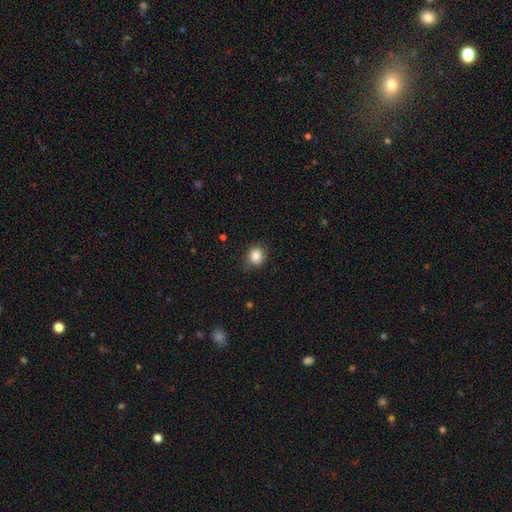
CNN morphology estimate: smooth-or-featured: smooth: 84% | star or artifact: 10% | featured or disk: 6%
  how-rounded: round: 72% | in between: 27% | cigar-shaped: 1%
  merging: none: 82% | minor disturbance: 14% | major disturbance: 3% | merger: 1%